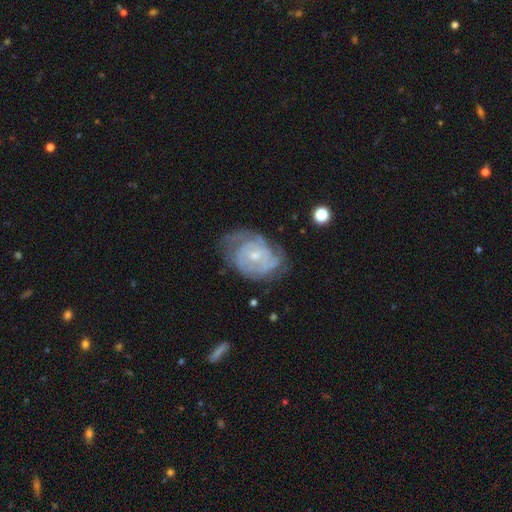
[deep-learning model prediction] featured or disk 78%, smooth 15%, star or artifact 6%. Down the decision tree: edge-on disk — no (97%); bar — no (65%); spiral arms — yes (88%); spiral arm count — can't tell (44%); spiral winding — tight (60%); bulge size — small (67%); merging — none (56%).